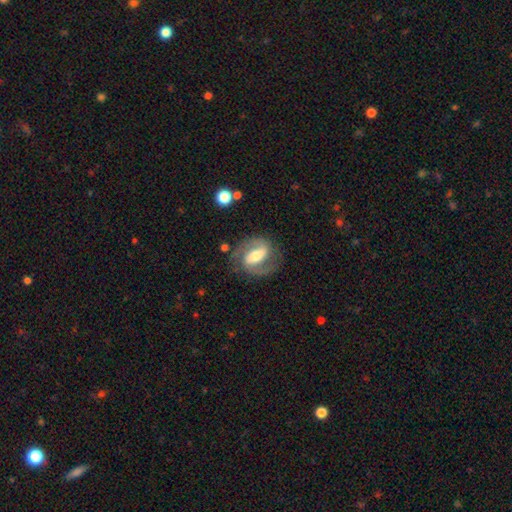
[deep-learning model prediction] A featured or disk galaxy (85%) with a strong bar (52%), 2 (91%) medium (56%) spiral arms (94%) and a moderate central bulge (60%).

Vote fractions:
- Smooth or featured? featured or disk: 85% / smooth: 10% / star or artifact: 5%
- Edge-on disk? no: 97% / yes: 3%
- Bar? strong: 52% / weak: 33% / no: 15%
- Spiral arms? yes: 94% / no: 6%
- Spiral winding? medium: 56% / tight: 28% / loose: 16%
- Spiral arm count? 2: 91% / can't tell: 3% / 1: 2% / 3: 1% / 4: 1% / more than 4: 1%
- Bulge size? moderate: 60% / small: 23% / large: 13% / none: 2% / dominant: 2%
- Merging? none: 79% / minor disturbance: 13% / major disturbance: 6% / merger: 2%